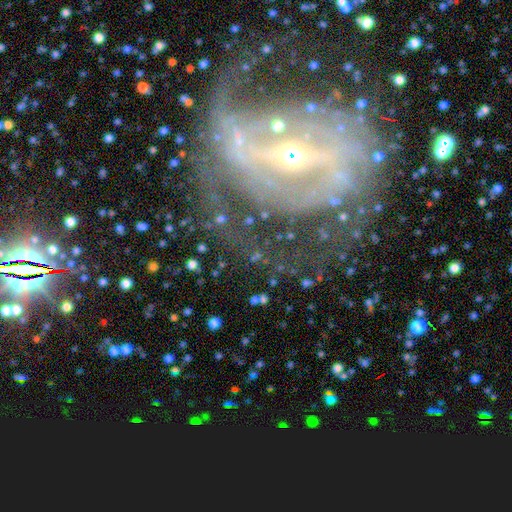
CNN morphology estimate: featured or disk 67%, star or artifact 17%, smooth 15%. Down the decision tree: edge-on disk — no (93%); bar — no (38%); spiral arms — yes (76%); bulge size — small (49%); merging — none (60%).